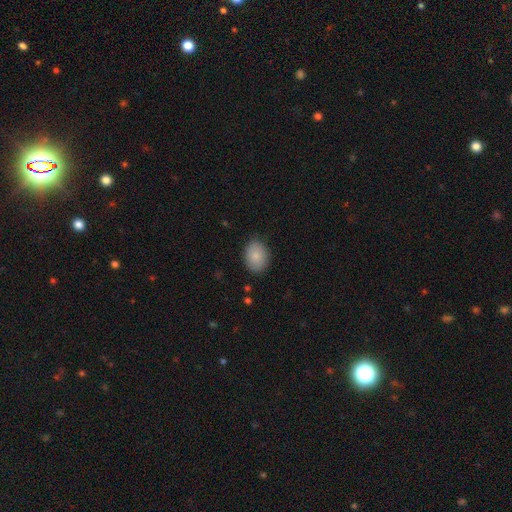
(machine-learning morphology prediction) Overall: smooth (85%). How rounded: in between (68%; round 31%). Merging: none (84%).